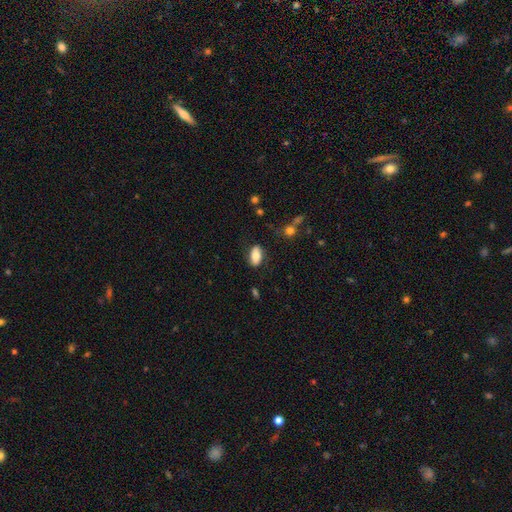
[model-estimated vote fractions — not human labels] smooth_or_featured: smooth (p=0.76) [alt: featured or disk p=0.17]
how_rounded: in between (p=0.90) [alt: cigar-shaped p=0.05]
merging: none (p=0.82) [alt: minor disturbance p=0.13]